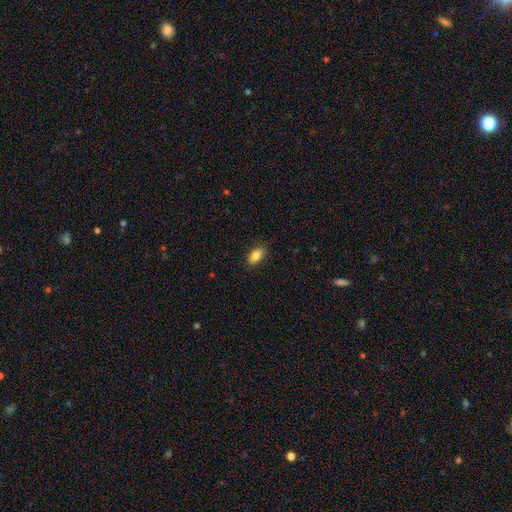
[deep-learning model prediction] A smooth galaxy with no disk features (83%) that is in between round and cigar-shaped (89%). Merging: none (87%).